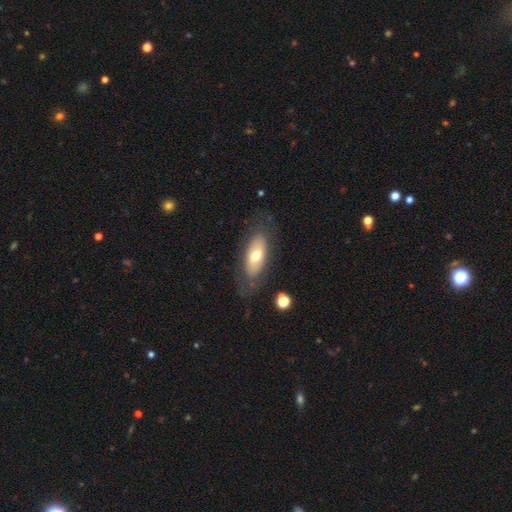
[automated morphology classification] The model was most divided on "smooth or featured": smooth: 57%, featured or disk: 36%, star or artifact: 7%. More confident: how rounded — in between (82%); merging — none (70%).